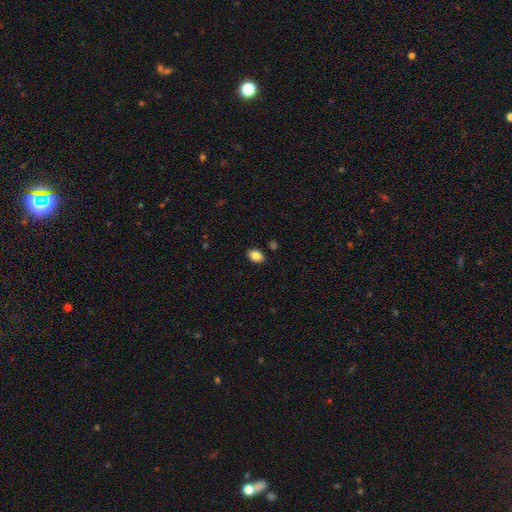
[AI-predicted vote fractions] smooth_or_featured: smooth (p=0.85) [alt: star or artifact p=0.09]
how_rounded: in between (p=0.83) [alt: round p=0.16]
merging: none (p=0.87) [alt: minor disturbance p=0.09]